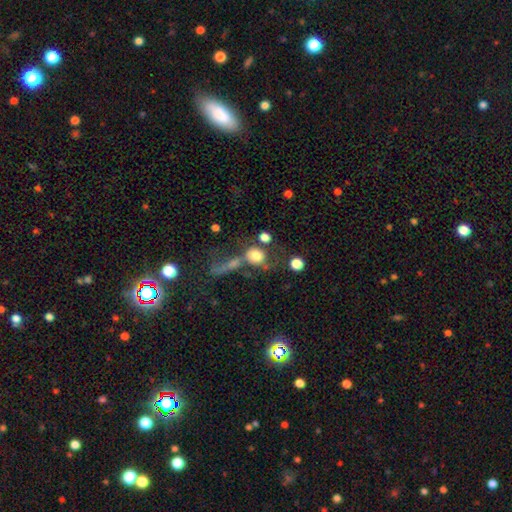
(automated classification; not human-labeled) smooth_or_featured: smooth (p=0.74) [alt: featured or disk p=0.14]
how_rounded: round (p=0.78) [alt: in between p=0.20]
merging: none (p=0.38) [alt: merger p=0.31]